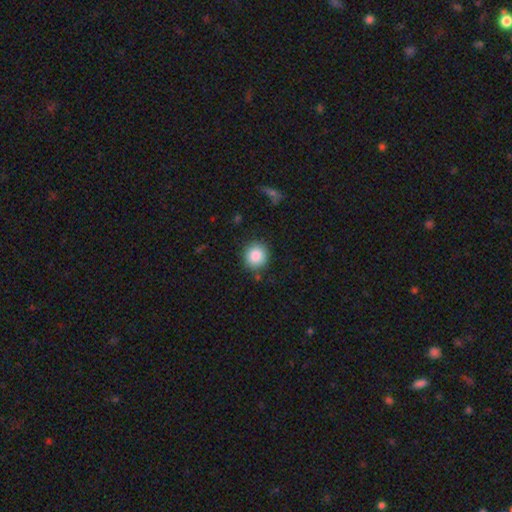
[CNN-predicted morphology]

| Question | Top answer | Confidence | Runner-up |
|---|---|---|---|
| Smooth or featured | smooth | 86% | star or artifact (9%) |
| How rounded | round | 91% | in between (8%) |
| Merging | none | 86% | minor disturbance (9%) |